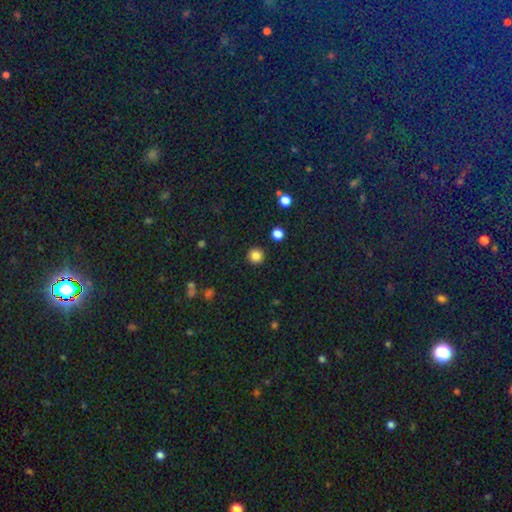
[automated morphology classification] Smooth or featured?
  - smooth: 85% *
  - star or artifact: 12%
  - featured or disk: 4%
How rounded?
  - round: 95% *
  - in between: 4%
  - cigar-shaped: 1%
Merging?
  - none: 92% *
  - minor disturbance: 5%
  - major disturbance: 2%
  - merger: 2%